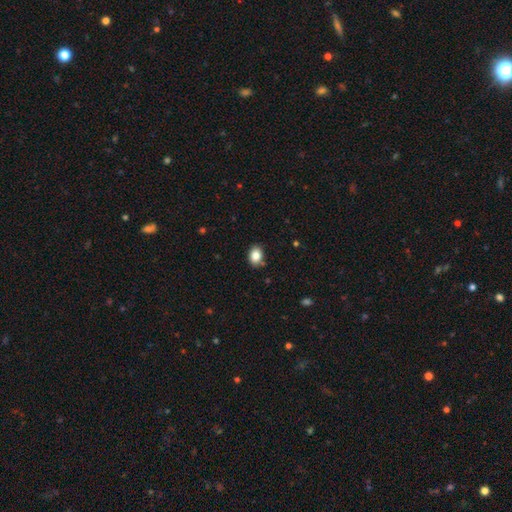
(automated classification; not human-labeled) Smooth or featured: smooth — 85% (star or artifact — 9%)
How rounded: in between — 71% (round — 28%)
Merging: none — 85% (minor disturbance — 11%)